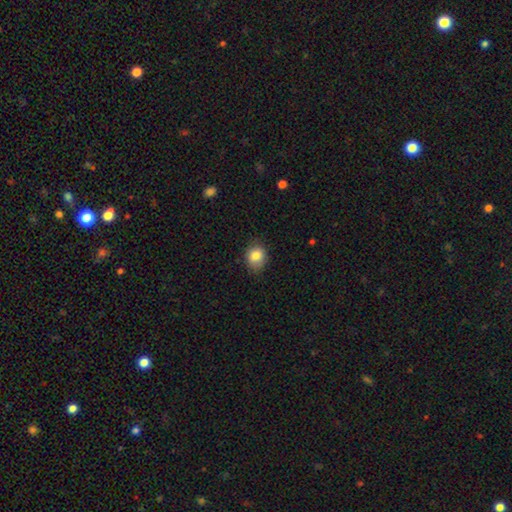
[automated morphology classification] Overall: smooth (83%). How rounded: round (58%; in between 41%). Merging: none (78%).